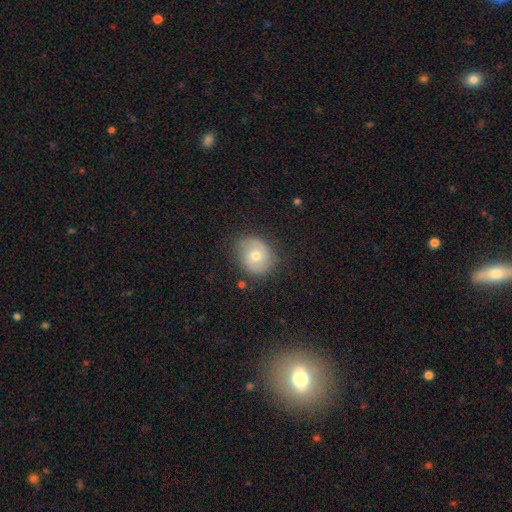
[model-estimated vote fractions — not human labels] A smooth galaxy with no disk features (58%) that is round (72%). Merging: none (78%).